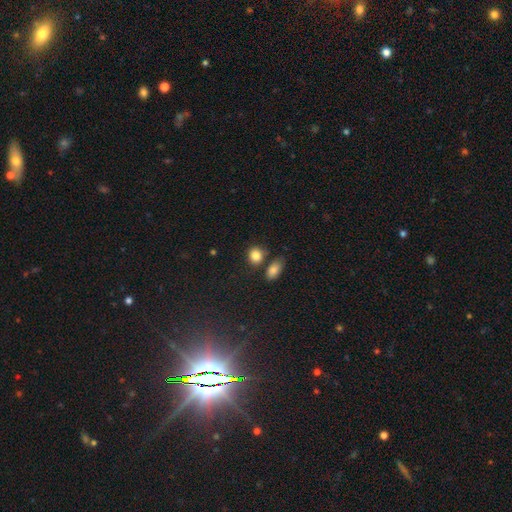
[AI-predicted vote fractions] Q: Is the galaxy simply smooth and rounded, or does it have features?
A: smooth — 85%.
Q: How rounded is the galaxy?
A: round — 59%.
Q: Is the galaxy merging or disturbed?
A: none — 63%.